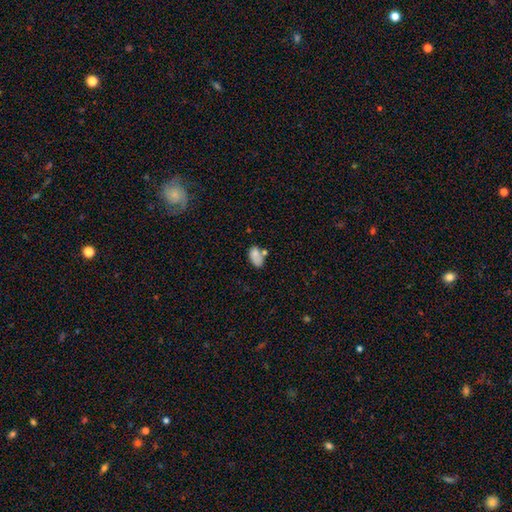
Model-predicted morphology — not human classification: A smooth galaxy with no disk features (75%) that is in between round and cigar-shaped (89%).

Vote fractions:
- Smooth or featured? smooth: 75% / featured or disk: 15% / star or artifact: 10%
- How rounded? in between: 89% / round: 9% / cigar-shaped: 2%
- Merging? none: 44% / merger: 25% / minor disturbance: 22% / major disturbance: 9%